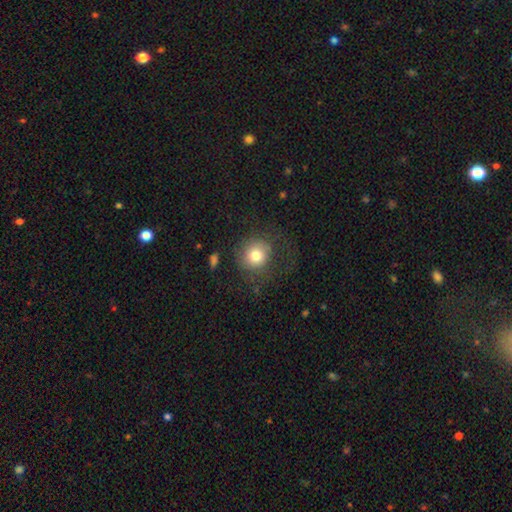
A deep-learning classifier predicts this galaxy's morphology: A smooth galaxy with no disk features (77%) that is round (91%).

Vote fractions:
- Smooth or featured? smooth: 77% / featured or disk: 13% / star or artifact: 10%
- How rounded? round: 91% / in between: 8% / cigar-shaped: 1%
- Merging? none: 67% / major disturbance: 16% / minor disturbance: 15% / merger: 2%